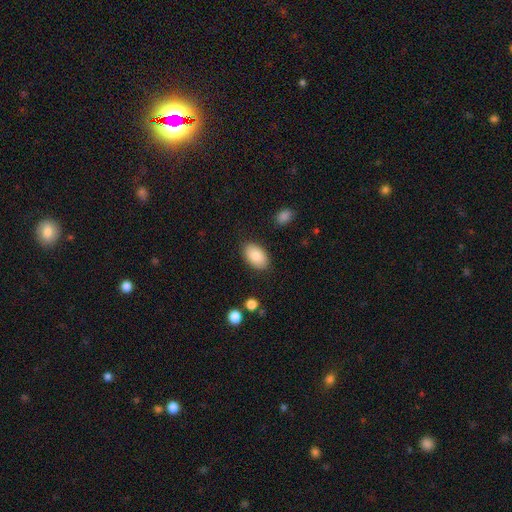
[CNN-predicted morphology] smooth-or-featured: smooth: 86% | featured or disk: 7% | star or artifact: 7%
  how-rounded: in between: 93% | round: 6% | cigar-shaped: 1%
  merging: none: 85% | minor disturbance: 11% | major disturbance: 3% | merger: 2%